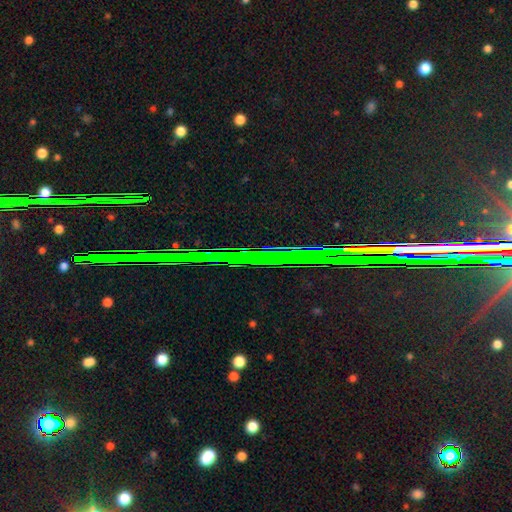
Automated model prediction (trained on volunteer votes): A star or artifact, not a galaxy (79%).

Vote fractions:
- Smooth or featured? star or artifact: 79% / featured or disk: 13% / smooth: 8%